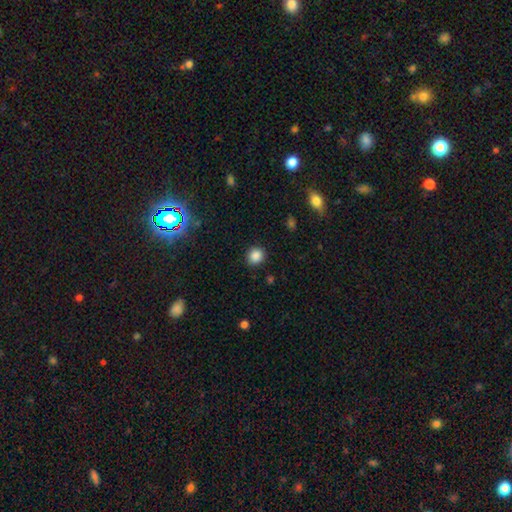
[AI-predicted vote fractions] Smooth or featured? smooth (86%)
How rounded? round (84%)
Merging? none (89%)